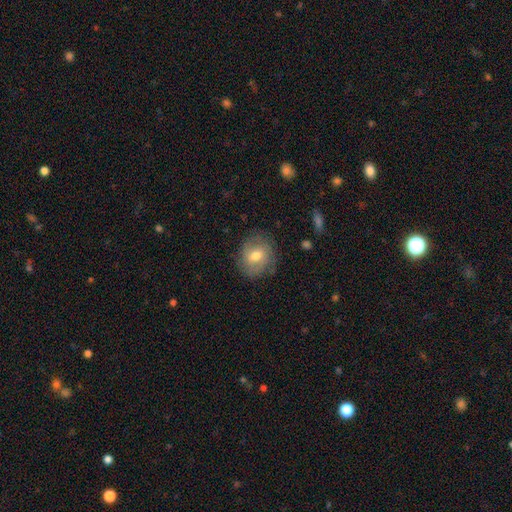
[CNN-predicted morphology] Q: Smooth or featured?
A: smooth (55%); runner-up: featured or disk (37%)
Q: How rounded?
A: round (74%); runner-up: in between (25%)
Q: Merging?
A: none (79%); runner-up: minor disturbance (15%)